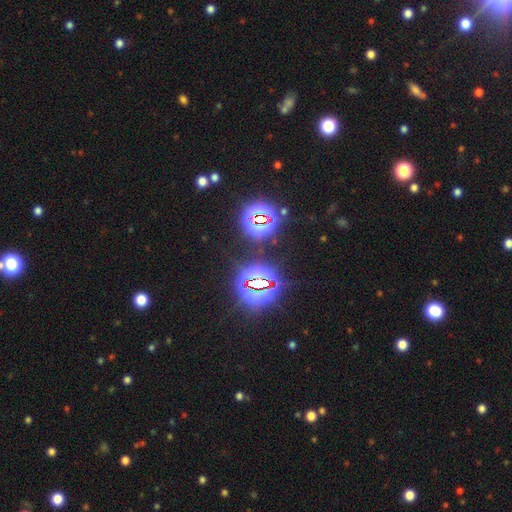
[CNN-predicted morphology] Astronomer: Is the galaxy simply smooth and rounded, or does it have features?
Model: star or artifact — 82%.